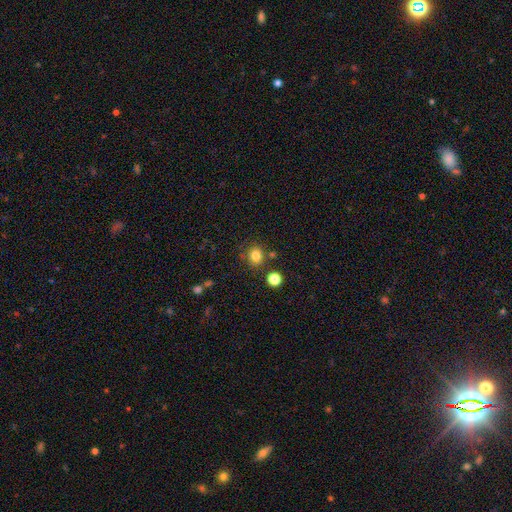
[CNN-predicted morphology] Smooth or featured? Predicted: smooth (p=0.82). How rounded? Predicted: round (p=0.73). Merging? Predicted: none (p=0.77).